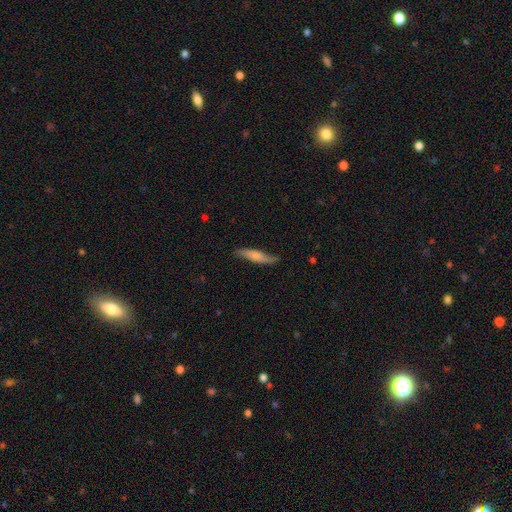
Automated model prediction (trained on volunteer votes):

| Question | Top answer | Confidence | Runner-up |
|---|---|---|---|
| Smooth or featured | smooth | 58% | featured or disk (36%) |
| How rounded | cigar-shaped | 80% | in between (18%) |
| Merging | none | 73% | minor disturbance (21%) |